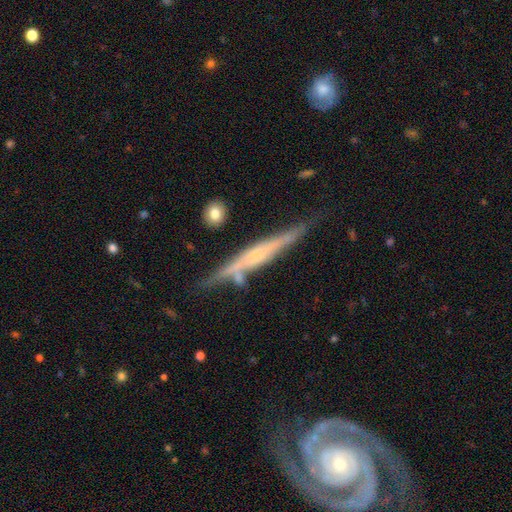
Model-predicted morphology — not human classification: This is likely a featured or disk galaxy (72%). It is clearly viewed edge-on (95%). Edge-on bulge: possibly rounded (59%). Merging: likely none (74%).